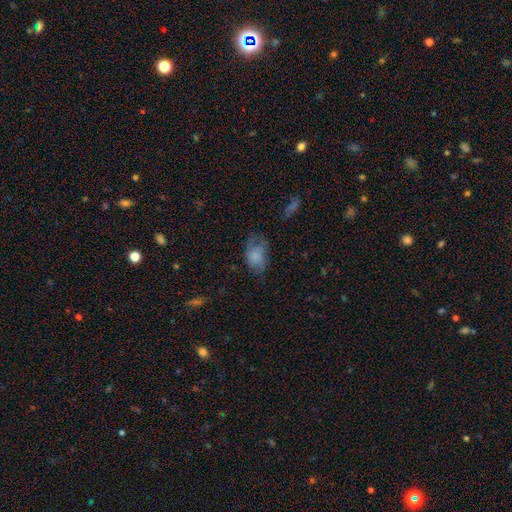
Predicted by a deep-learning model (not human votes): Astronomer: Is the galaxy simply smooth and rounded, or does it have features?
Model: smooth — 70%.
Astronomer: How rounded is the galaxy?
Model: in between — 86%.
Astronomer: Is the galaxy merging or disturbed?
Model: none — 42% (runner-up: minor disturbance, 31%).